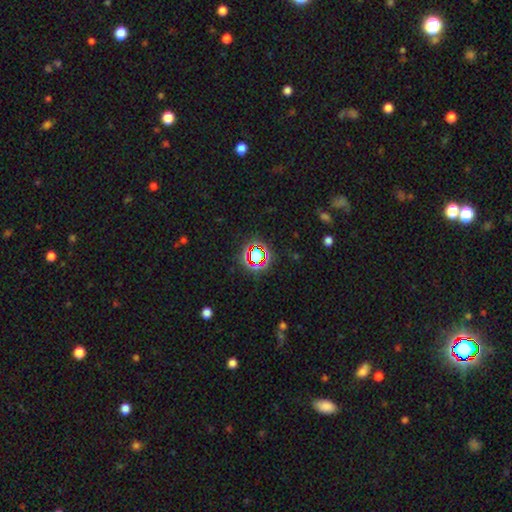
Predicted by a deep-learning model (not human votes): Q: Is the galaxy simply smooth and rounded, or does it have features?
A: star or artifact — 69%.